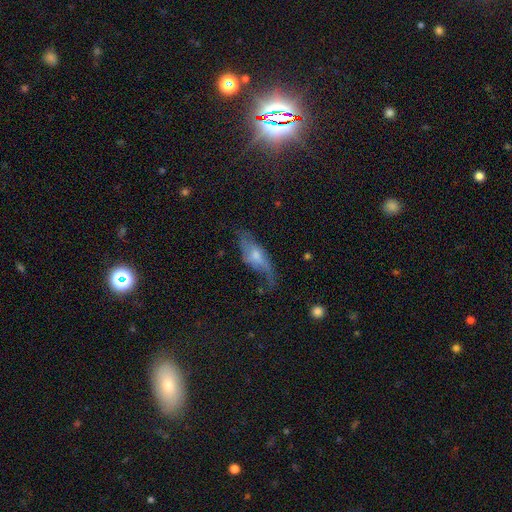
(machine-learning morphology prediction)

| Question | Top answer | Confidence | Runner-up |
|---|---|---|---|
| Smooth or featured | featured or disk | 57% | smooth (32%) |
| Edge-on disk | no | 61% | yes (39%) |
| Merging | none | 46% | minor disturbance (29%) |